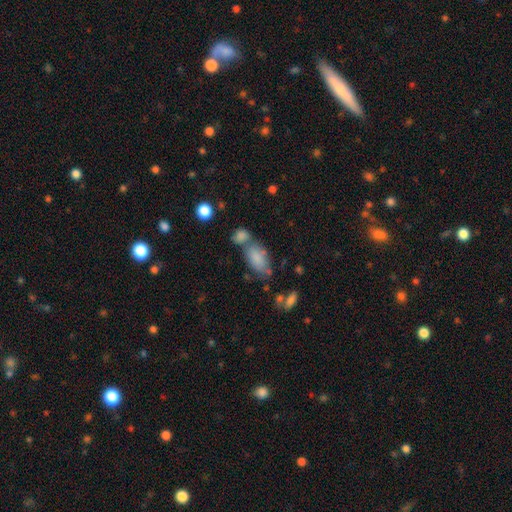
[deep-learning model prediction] This appears to be a smooth galaxy with no disk features (67%) that is in between round and cigar-shaped (85%). Merging: none (45%).